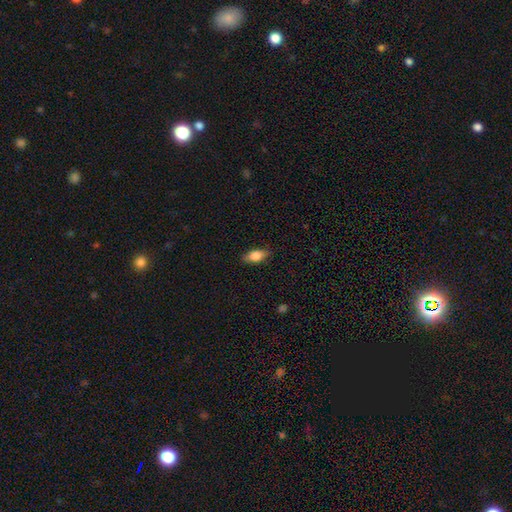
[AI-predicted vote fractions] Overall: smooth (76%). How rounded: in between (83%). Merging: none (85%).